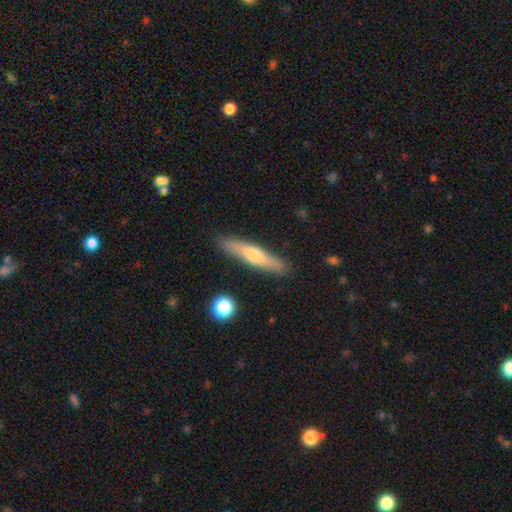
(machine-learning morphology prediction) Overall: smooth (54%; featured or disk 40%). How rounded: cigar-shaped (86%). Merging: none (87%).